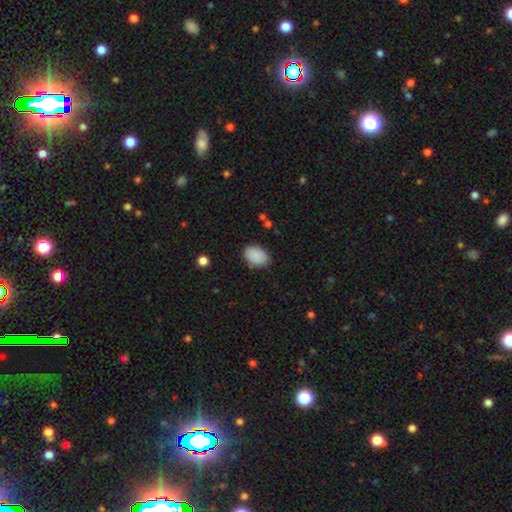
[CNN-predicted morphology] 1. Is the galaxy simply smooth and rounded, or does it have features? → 88% smooth, 7% star or artifact, 4% featured or disk.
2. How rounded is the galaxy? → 79% in between, 20% round, 1% cigar-shaped.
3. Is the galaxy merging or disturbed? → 82% none, 14% minor disturbance, 3% major disturbance, 2% merger.